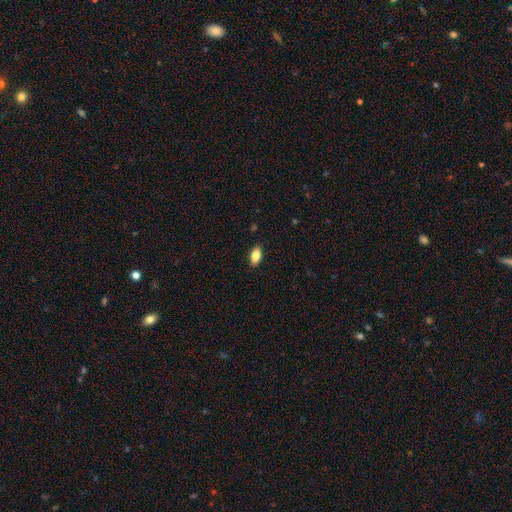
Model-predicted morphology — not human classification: The model was most divided on "smooth or featured": smooth: 84%, featured or disk: 9%, star or artifact: 7%. More confident: how rounded — in between (91%); merging — none (88%).